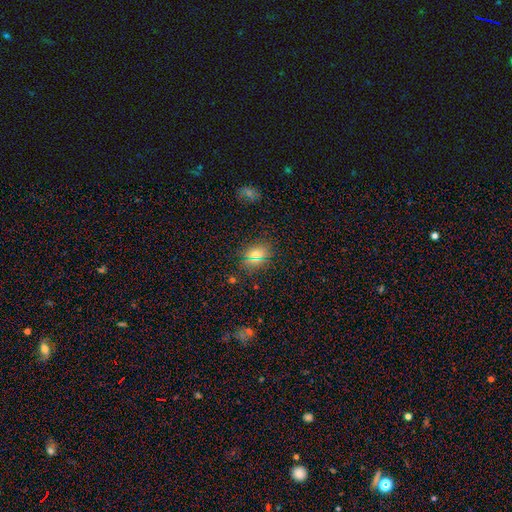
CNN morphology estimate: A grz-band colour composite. It shows a smooth galaxy with no disk features (68%) that is in between round and cigar-shaped (58%). Merging: none (86%).